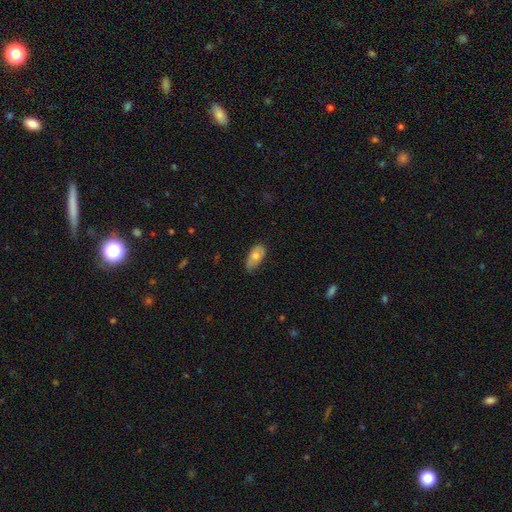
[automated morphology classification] smooth-or-featured: smooth: 65% | featured or disk: 28% | star or artifact: 7%
  how-rounded: in between: 92% | cigar-shaped: 5% | round: 4%
  merging: none: 63% | minor disturbance: 31% | major disturbance: 5% | merger: 1%